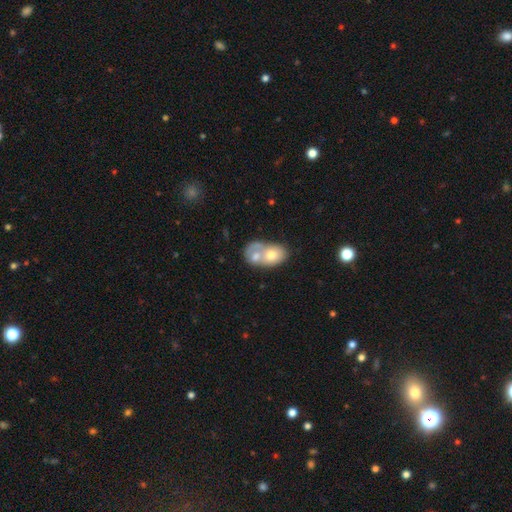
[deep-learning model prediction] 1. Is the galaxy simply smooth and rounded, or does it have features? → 58% smooth, 36% featured or disk, 6% star or artifact.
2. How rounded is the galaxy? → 74% in between, 24% round, 1% cigar-shaped.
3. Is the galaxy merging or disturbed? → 75% merger, 11% none, 7% minor disturbance, 7% major disturbance.